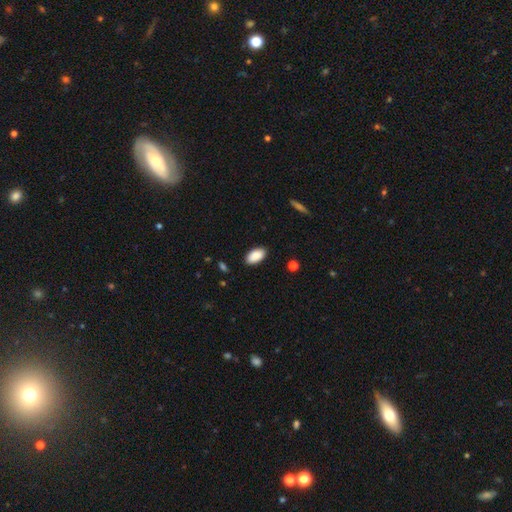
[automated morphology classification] smooth_or_featured: smooth (p=0.88) [alt: star or artifact p=0.06]
how_rounded: in between (p=0.95) [alt: cigar-shaped p=0.03]
merging: none (p=0.87) [alt: minor disturbance p=0.10]